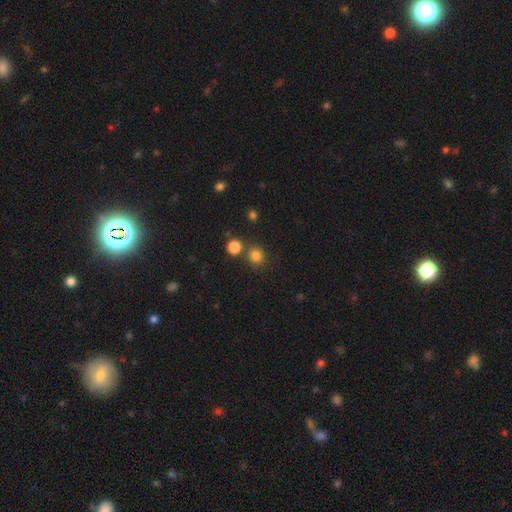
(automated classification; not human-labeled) Smooth or featured? smooth (81%)
How rounded? round (88%)
Merging? none (76%)